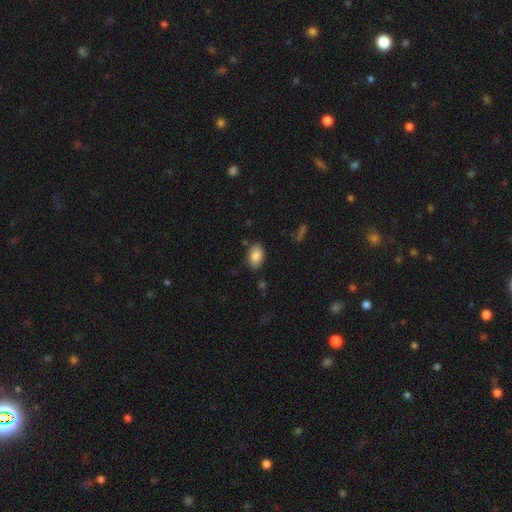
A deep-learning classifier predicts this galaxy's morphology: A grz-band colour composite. It shows a smooth galaxy with no disk features (86%) that is in between round and cigar-shaped (87%). Merging: none (82%).